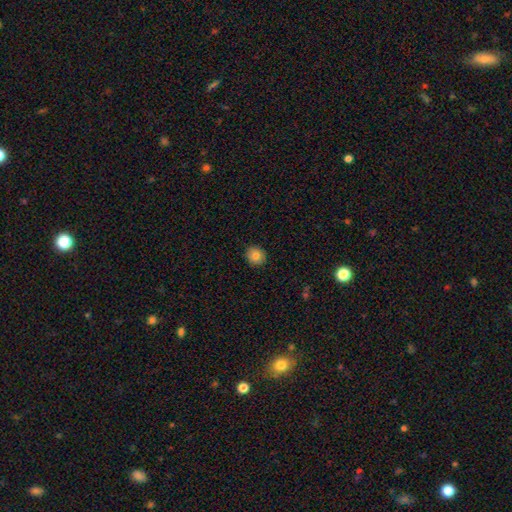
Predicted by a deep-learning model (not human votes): Overall: smooth (82%). How rounded: round (85%). Merging: none (90%).